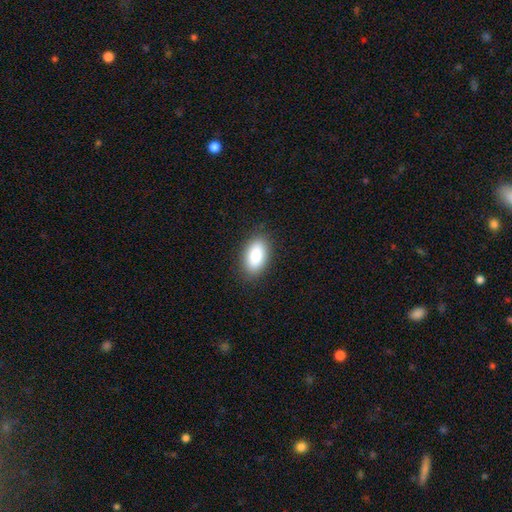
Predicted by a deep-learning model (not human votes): Smooth or featured? smooth (85%)
How rounded? in between (93%)
Merging? none (87%)